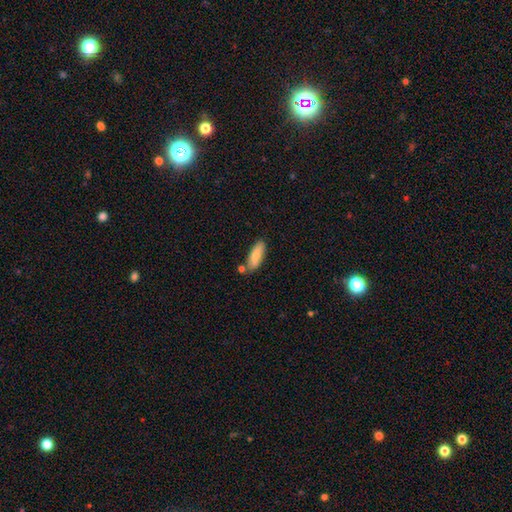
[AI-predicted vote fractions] This is likely a smooth galaxy (80%). How rounded: likely in between (64%). Merging: likely none (74%).